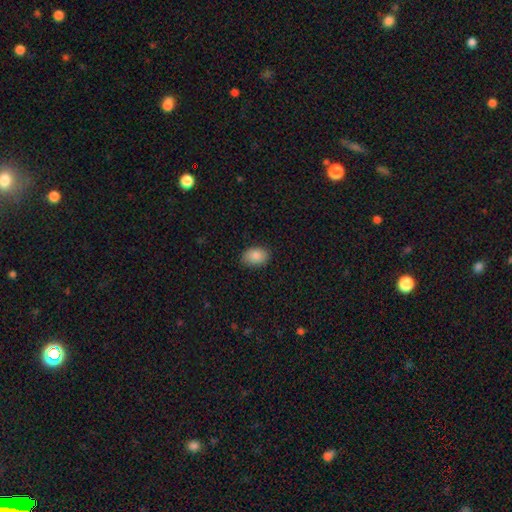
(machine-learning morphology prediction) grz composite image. It shows a smooth galaxy with no disk features (87%) that is in between round and cigar-shaped (82%). Merging: none (86%).